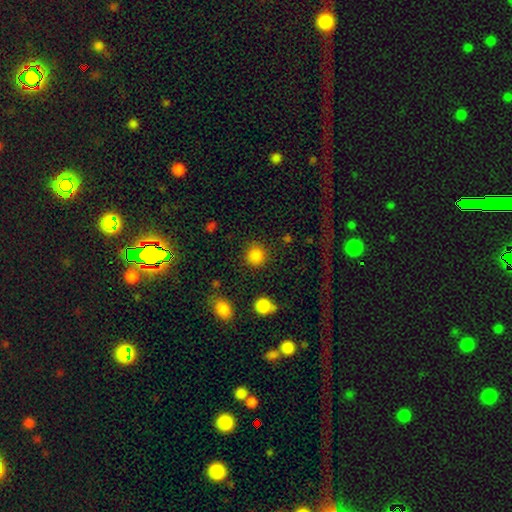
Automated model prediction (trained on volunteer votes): Smooth or featured? smooth (85%)
How rounded? round (92%)
Merging? none (87%)